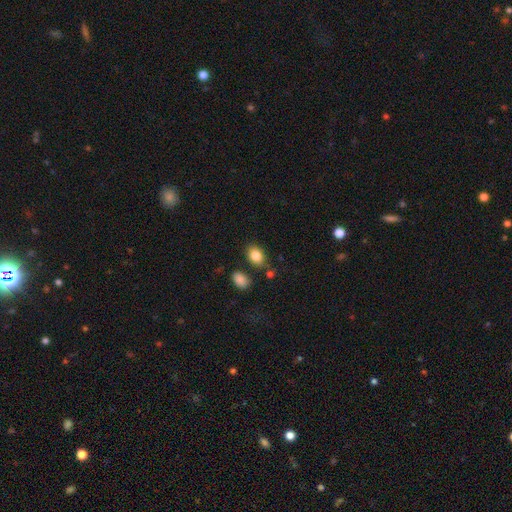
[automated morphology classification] The model was most divided on "how rounded": in between: 75%, round: 24%, cigar-shaped: 1%. More confident: smooth or featured — smooth (85%); merging — none (78%).